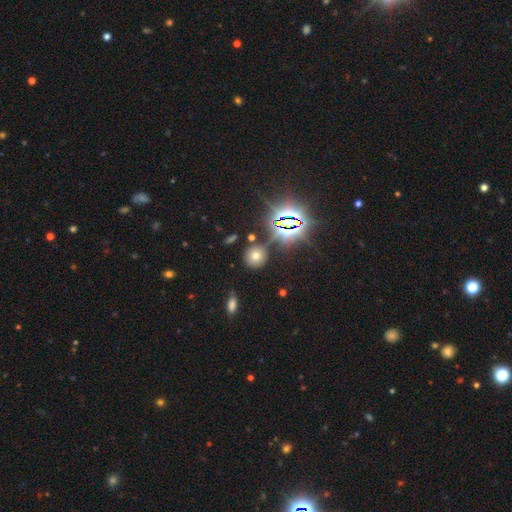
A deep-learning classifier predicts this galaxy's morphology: type=smooth (59%); roundness=round (89%); merging=none (81%).